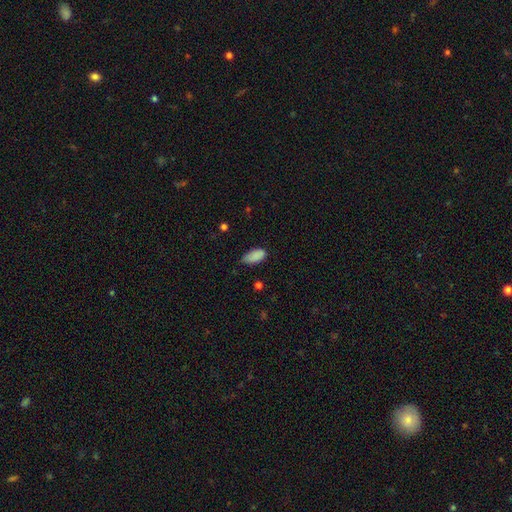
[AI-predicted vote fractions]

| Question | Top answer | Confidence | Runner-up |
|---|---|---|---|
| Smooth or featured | smooth | 87% | star or artifact (8%) |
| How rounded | in between | 91% | cigar-shaped (6%) |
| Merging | none | 60% | minor disturbance (33%) |